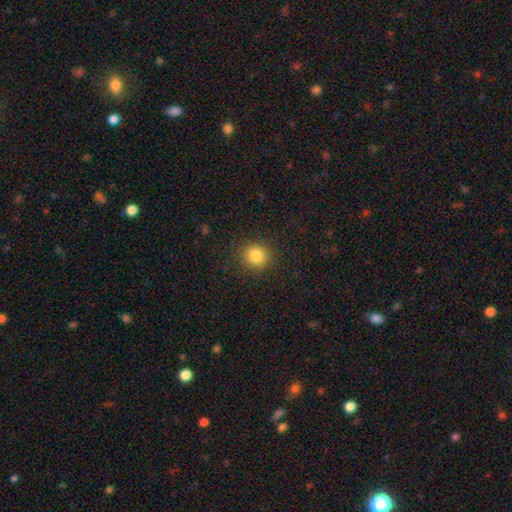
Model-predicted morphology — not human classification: Overall: smooth (84%). How rounded: round (91%). Merging: none (89%).